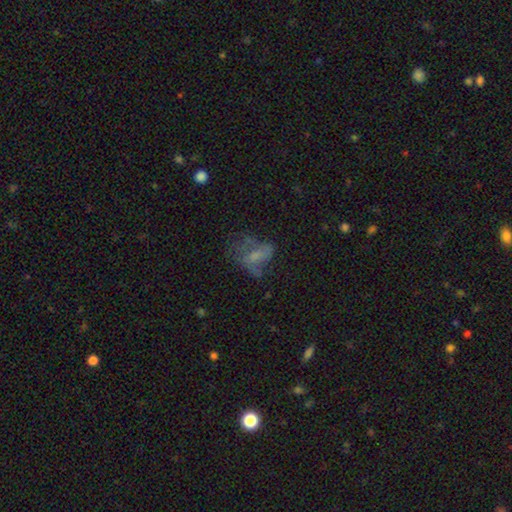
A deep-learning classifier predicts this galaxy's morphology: smooth_or_featured: featured or disk (p=0.43) [alt: smooth p=0.41]
merging: major disturbance (p=0.43) [alt: none p=0.32]